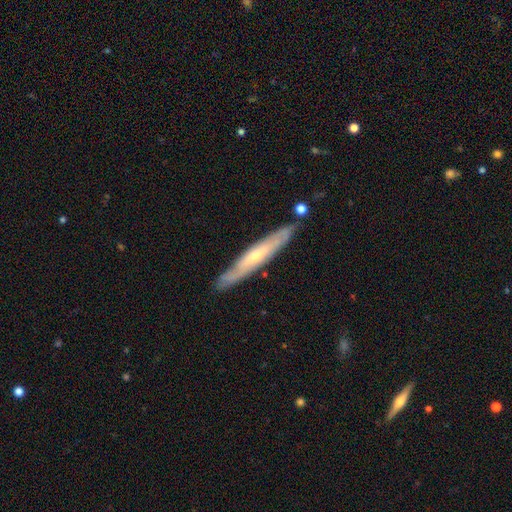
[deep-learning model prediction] Smooth or featured?
  - featured or disk: 62% *
  - smooth: 33%
  - star or artifact: 5%
Edge-on disk?
  - yes: 74% *
  - no: 26%
Merging?
  - none: 82% *
  - minor disturbance: 13%
  - merger: 3%
  - major disturbance: 2%